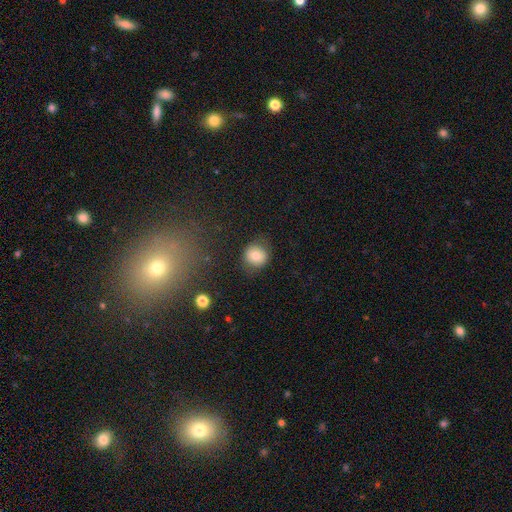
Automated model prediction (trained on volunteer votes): Smooth or featured? smooth (78%)
How rounded? round (84%)
Merging? none (78%)